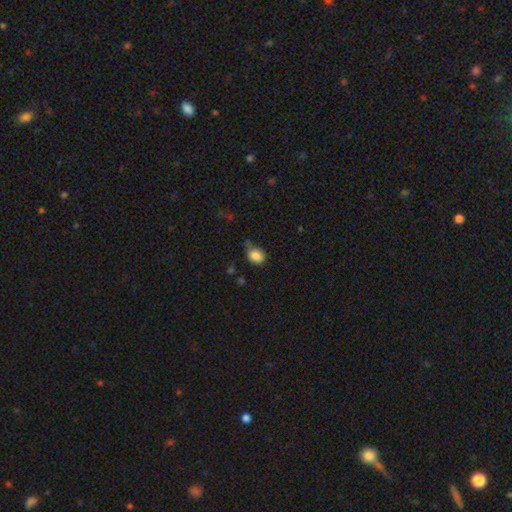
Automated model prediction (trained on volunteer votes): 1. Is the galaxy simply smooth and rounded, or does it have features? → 86% smooth, 9% star or artifact, 4% featured or disk.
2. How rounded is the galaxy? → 51% in between, 48% round, 1% cigar-shaped.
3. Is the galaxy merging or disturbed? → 65% none, 24% minor disturbance, 6% major disturbance, 5% merger.